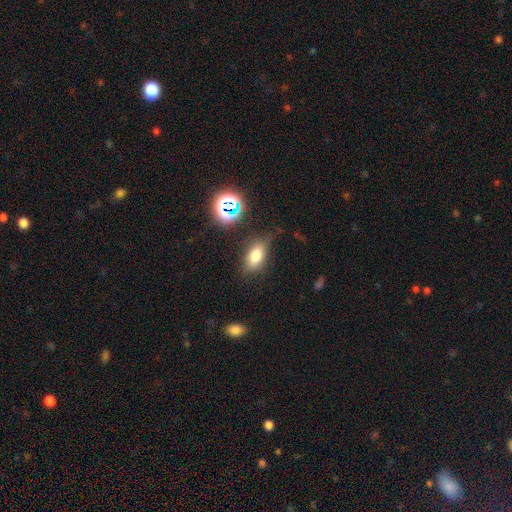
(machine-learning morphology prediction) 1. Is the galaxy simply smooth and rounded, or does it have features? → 72% smooth, 15% star or artifact, 14% featured or disk.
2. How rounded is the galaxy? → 83% in between, 9% round, 8% cigar-shaped.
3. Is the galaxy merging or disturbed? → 70% none, 20% minor disturbance, 7% major disturbance, 3% merger.